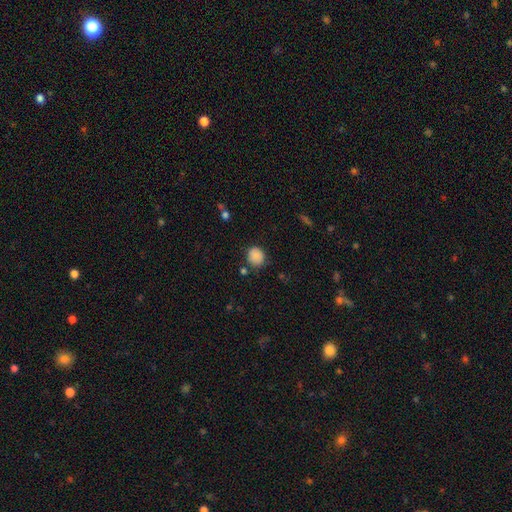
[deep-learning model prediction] Q: Smooth or featured?
A: smooth (86%); runner-up: star or artifact (9%)
Q: How rounded?
A: round (83%); runner-up: in between (16%)
Q: Merging?
A: none (77%); runner-up: minor disturbance (15%)